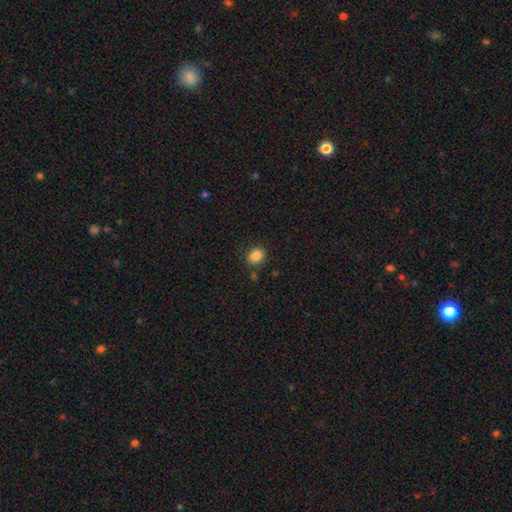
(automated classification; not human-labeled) Q: Smooth or featured?
A: smooth (87%); runner-up: star or artifact (10%)
Q: How rounded?
A: round (63%); runner-up: in between (36%)
Q: Merging?
A: none (82%); runner-up: minor disturbance (10%)